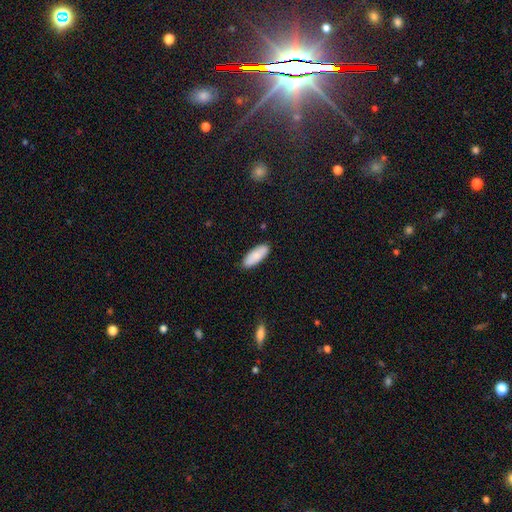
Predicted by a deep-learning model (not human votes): This appears to be a smooth galaxy with no disk features (85%) that is in between round and cigar-shaped (75%). Merging: none (88%).